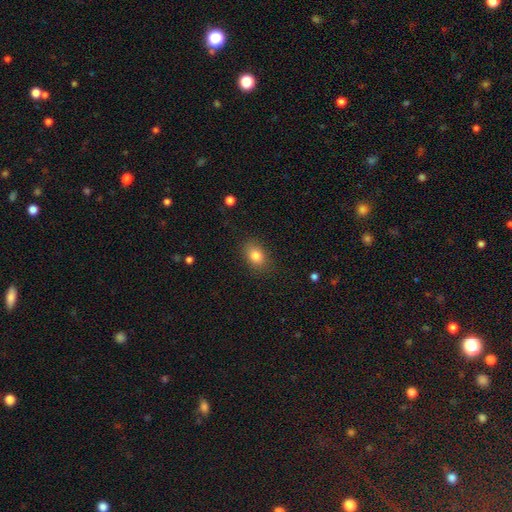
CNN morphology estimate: A smooth galaxy with no disk features (82%) that is in between round and cigar-shaped (76%). Merging: none (84%).